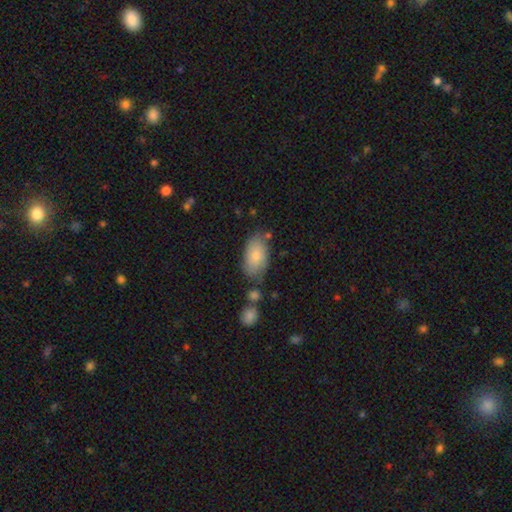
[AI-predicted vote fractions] Morphology: type=smooth (78%); roundness=in between (93%); merging=none (66%).